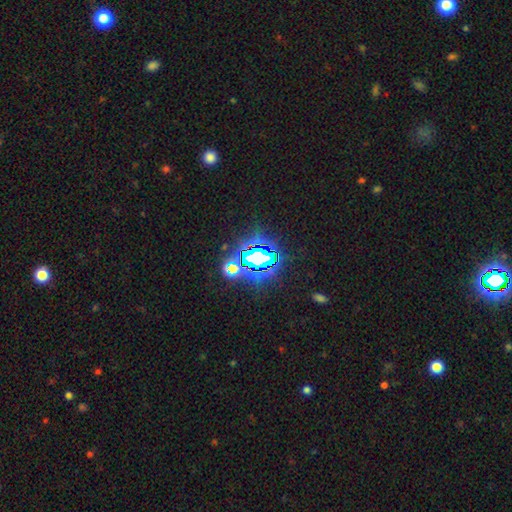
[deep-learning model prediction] smooth-or-featured: star or artifact: 79% | smooth: 12% | featured or disk: 8%